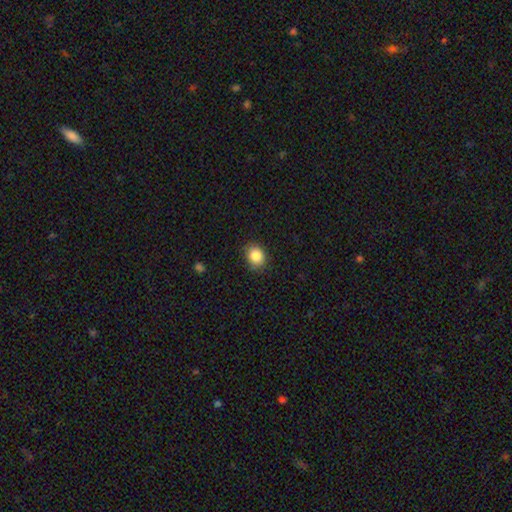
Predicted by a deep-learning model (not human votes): smooth-or-featured: smooth: 87% | star or artifact: 9% | featured or disk: 4%
  how-rounded: round: 52% | in between: 47% | cigar-shaped: 1%
  merging: none: 85% | minor disturbance: 11% | major disturbance: 3% | merger: 1%